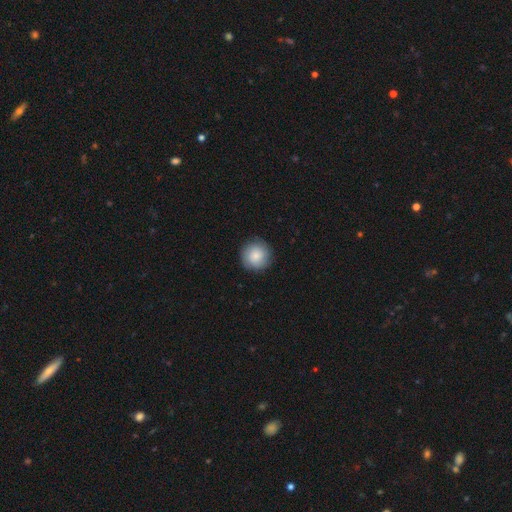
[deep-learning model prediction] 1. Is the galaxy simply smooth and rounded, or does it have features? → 77% smooth, 16% featured or disk, 7% star or artifact.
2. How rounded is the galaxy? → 95% round, 4% in between, 1% cigar-shaped.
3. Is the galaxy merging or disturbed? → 88% none, 9% minor disturbance, 2% major disturbance, 1% merger.